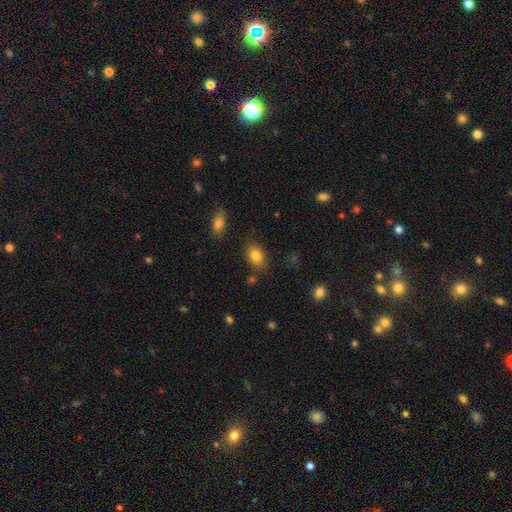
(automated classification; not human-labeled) Q: Smooth or featured?
A: smooth (83%); runner-up: star or artifact (9%)
Q: How rounded?
A: in between (84%); runner-up: round (15%)
Q: Merging?
A: none (81%); runner-up: minor disturbance (12%)